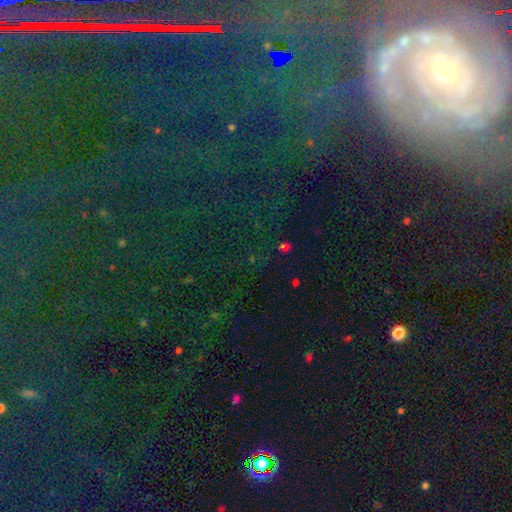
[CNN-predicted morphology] This appears to be a star or artifact, not a galaxy (64%).